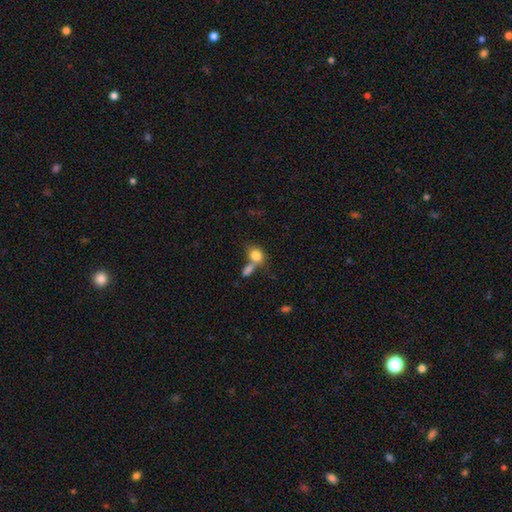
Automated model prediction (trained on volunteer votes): smooth 82%, featured or disk 9%, star or artifact 9%. Down the decision tree: how rounded — in between (57%); merging — merger (43%).